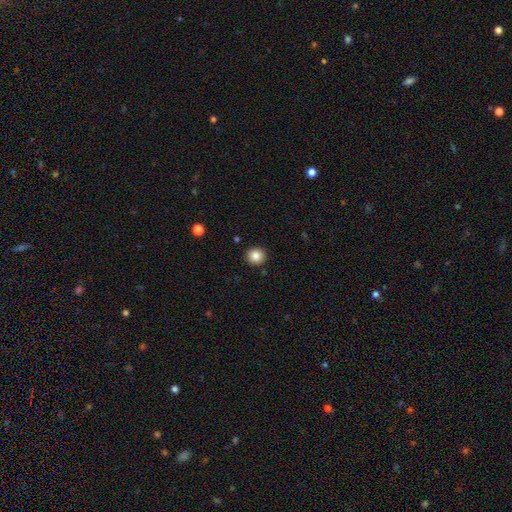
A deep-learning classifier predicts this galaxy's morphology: Smooth or featured? Predicted: smooth (p=0.85). How rounded? Predicted: round (p=0.91). Merging? Predicted: none (p=0.92).